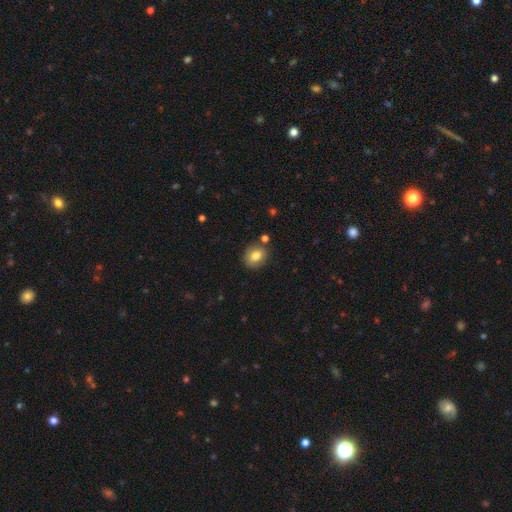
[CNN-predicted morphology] Overall: smooth (80%). How rounded: round (57%; in between 42%). Merging: none (80%).